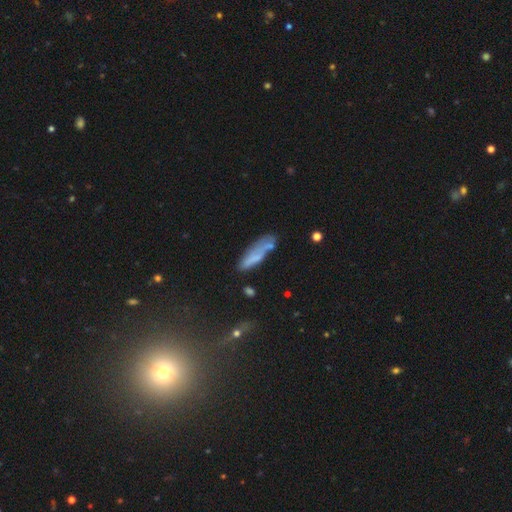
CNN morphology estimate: This is possibly a smooth galaxy (59%). How rounded: likely cigar-shaped (71%). Merging: possibly none (57%).